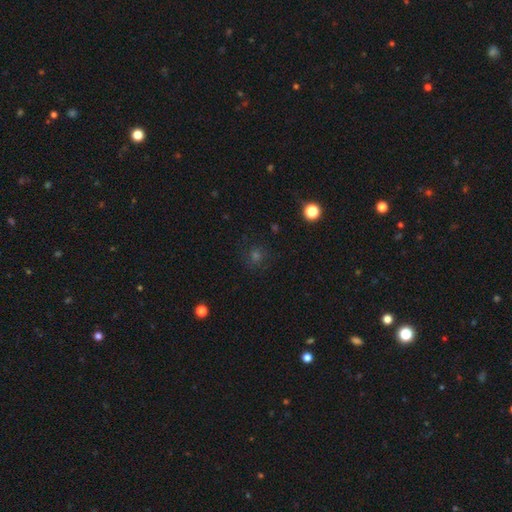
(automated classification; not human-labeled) Smooth or featured? Predicted: smooth (p=0.49). Merging? Predicted: none (p=0.84).